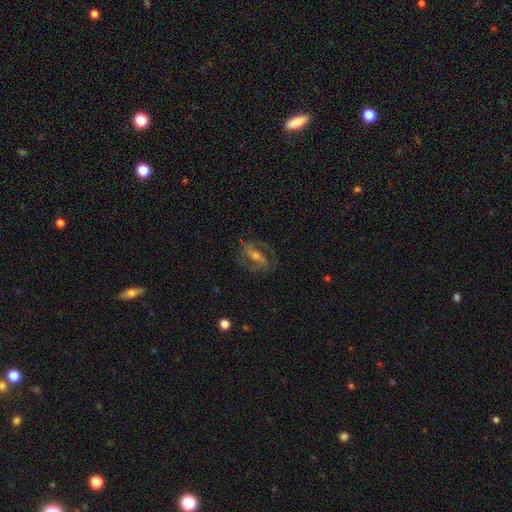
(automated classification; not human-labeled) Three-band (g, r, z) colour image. It shows a featured or disk galaxy (80%) with a strong bar (39%, tied with weak), 2 (87%) medium (54%) spiral arms (92%) and a moderate central bulge (50%). Merging: none (77%).